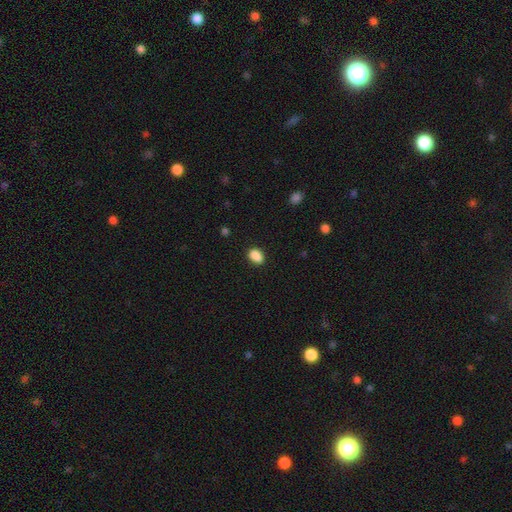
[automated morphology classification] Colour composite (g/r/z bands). It shows a smooth galaxy with no disk features (88%) that is in between round and cigar-shaped (75%). Merging: none (82%).